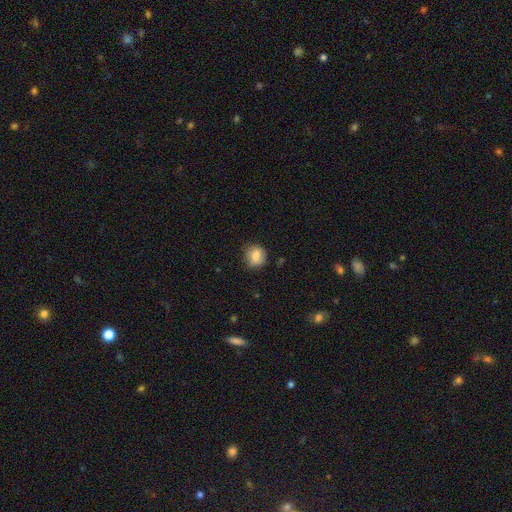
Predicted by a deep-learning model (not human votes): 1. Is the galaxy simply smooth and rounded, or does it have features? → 79% smooth, 12% featured or disk, 9% star or artifact.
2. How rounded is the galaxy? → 80% round, 19% in between, 1% cigar-shaped.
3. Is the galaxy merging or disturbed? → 78% none, 17% minor disturbance, 4% major disturbance, 1% merger.